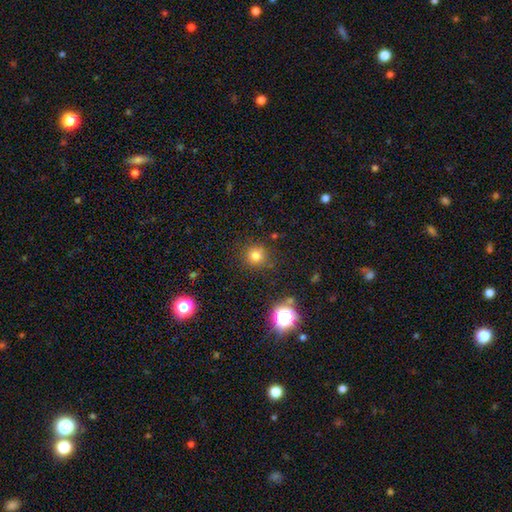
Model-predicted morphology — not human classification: smooth_or_featured: smooth (p=0.77) [alt: star or artifact p=0.17]
how_rounded: round (p=0.93) [alt: in between p=0.06]
merging: none (p=0.86) [alt: minor disturbance p=0.08]